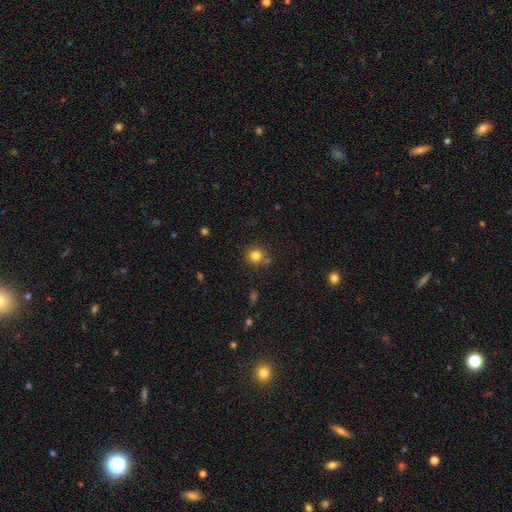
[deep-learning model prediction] The model was most divided on "merging": none: 75%, minor disturbance: 11%, merger: 11%, major disturbance: 3%. More confident: how rounded — round (89%); smooth or featured — smooth (81%).